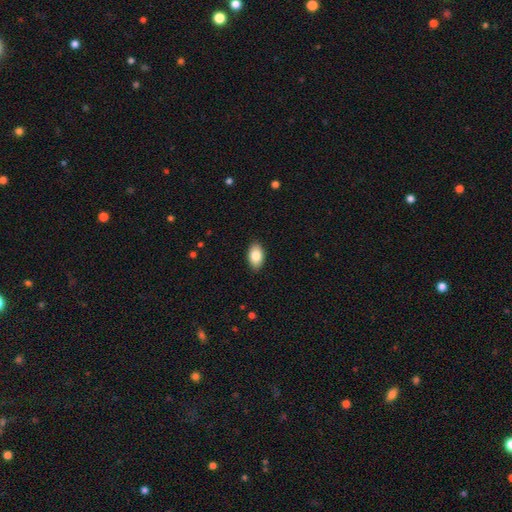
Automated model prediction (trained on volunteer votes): Morphology: type=smooth (84%); roundness=in between (93%); merging=none (89%).